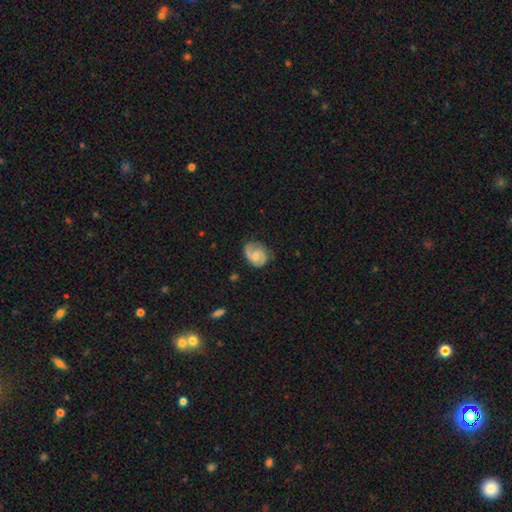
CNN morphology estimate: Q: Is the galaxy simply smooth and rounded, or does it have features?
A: featured or disk — 70%.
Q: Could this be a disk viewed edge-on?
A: no — 98%.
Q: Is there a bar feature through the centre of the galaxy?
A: no — 51%.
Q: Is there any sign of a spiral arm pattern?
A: yes — 94%.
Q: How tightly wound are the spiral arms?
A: medium — 47%.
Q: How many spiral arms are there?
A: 2 — 80%.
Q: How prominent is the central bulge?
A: small — 33%.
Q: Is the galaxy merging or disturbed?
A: none — 69%.